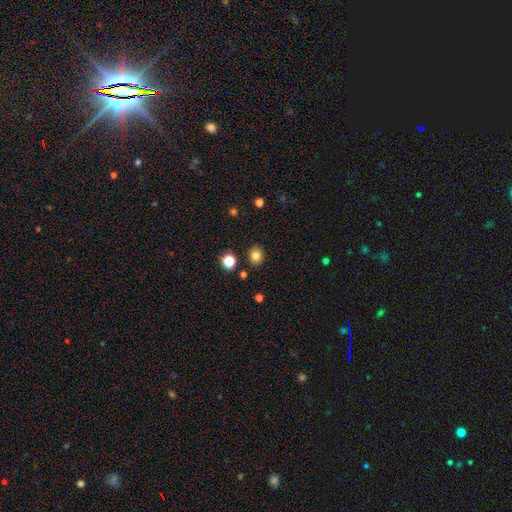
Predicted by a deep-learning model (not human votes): A smooth galaxy with no disk features (81%) that is round (74%).

Vote fractions:
- Smooth or featured? smooth: 81% / star or artifact: 13% / featured or disk: 6%
- How rounded? round: 74% / in between: 26% / cigar-shaped: 1%
- Merging? none: 88% / minor disturbance: 7% / merger: 3% / major disturbance: 2%